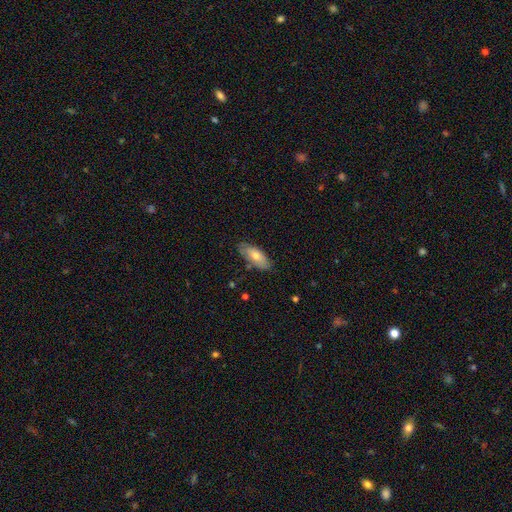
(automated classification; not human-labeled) smooth 66%, featured or disk 28%, star or artifact 6%. Down the decision tree: how rounded — in between (80%); merging — none (78%).